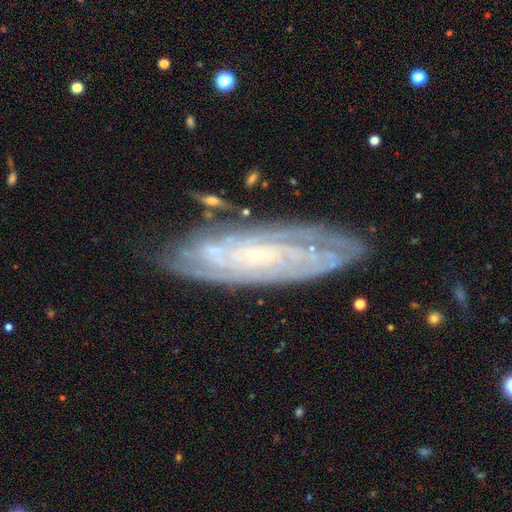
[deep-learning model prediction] Morphology: type=featured or disk (86%); edge-on=no (86%); bar=no (64%); spiral arms=yes (97%); winding=tight (80%); arm count=can't tell (34%); bulge=small (85%); merging=none (80%).